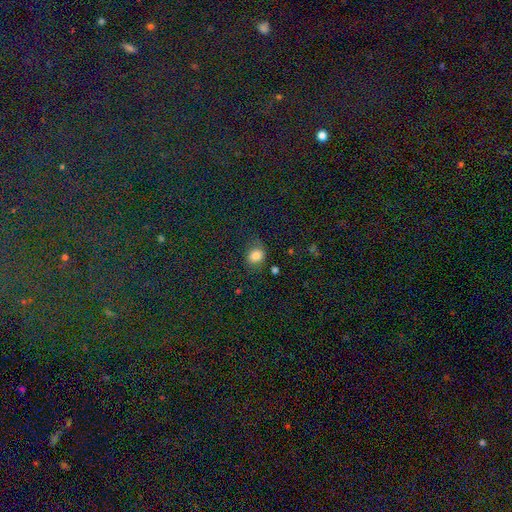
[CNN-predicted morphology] This is clearly a smooth galaxy (80%). How rounded: possibly round (54%). Merging: likely none (61%).